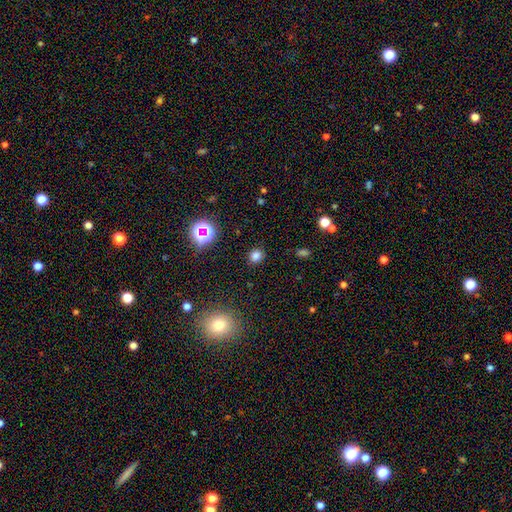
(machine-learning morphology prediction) Smooth or featured? smooth (77%)
How rounded? round (78%)
Merging? none (88%)